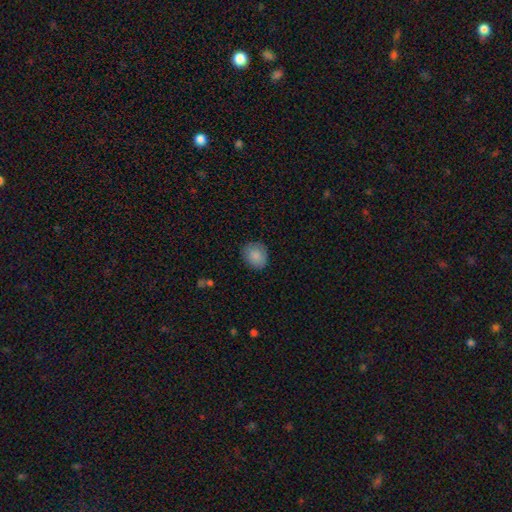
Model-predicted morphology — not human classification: Smooth or featured? Predicted: smooth (p=0.87). How rounded? Predicted: round (p=0.65). Merging? Predicted: none (p=0.81).